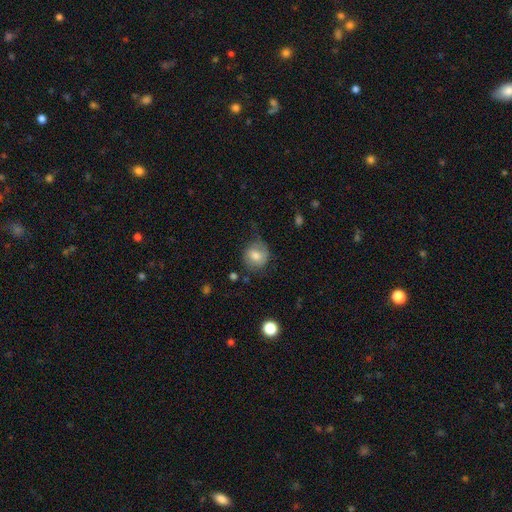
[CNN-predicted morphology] Smooth or featured?
  - smooth: 70% *
  - featured or disk: 21%
  - star or artifact: 8%
How rounded?
  - round: 78% *
  - in between: 21%
  - cigar-shaped: 1%
Merging?
  - none: 63% *
  - minor disturbance: 24%
  - major disturbance: 11%
  - merger: 2%